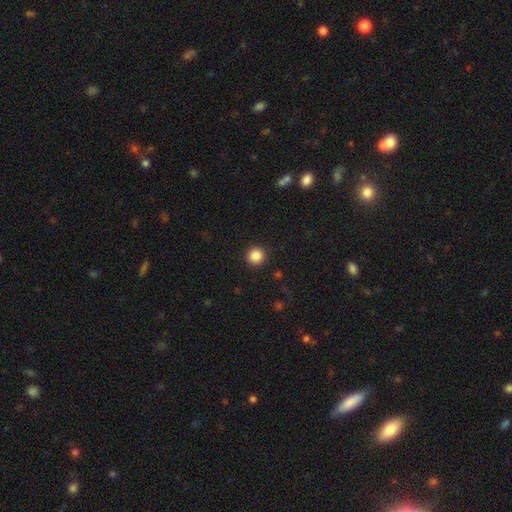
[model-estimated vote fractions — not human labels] Morphology: type=smooth (86%); roundness=round (95%); merging=none (93%).